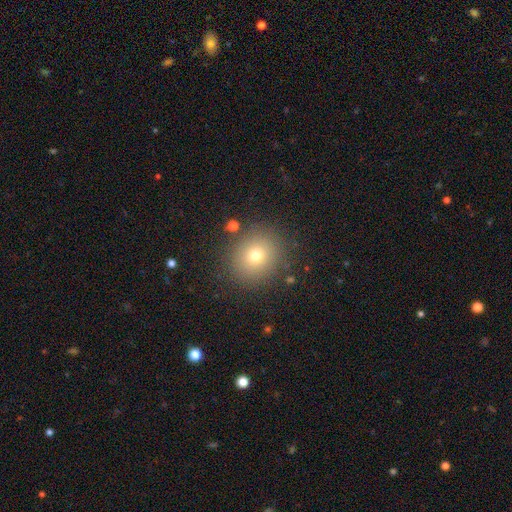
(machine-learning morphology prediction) The model was most divided on "smooth or featured": smooth: 72%, star or artifact: 16%, featured or disk: 12%. More confident: merging — none (86%); how rounded — round (80%).